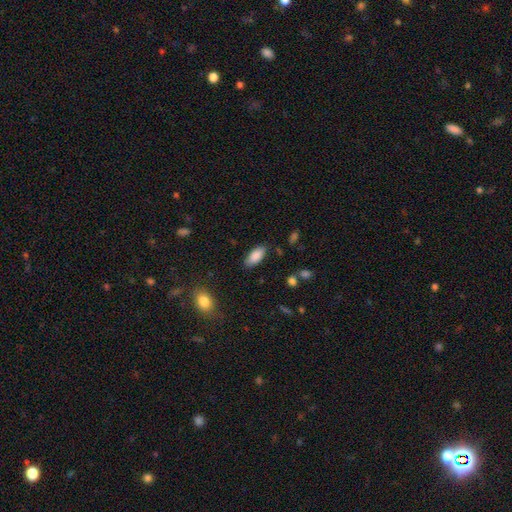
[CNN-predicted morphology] The model was most divided on "merging": none: 84%, minor disturbance: 12%, major disturbance: 3%, merger: 2%. More confident: how rounded — in between (88%); smooth or featured — smooth (87%).